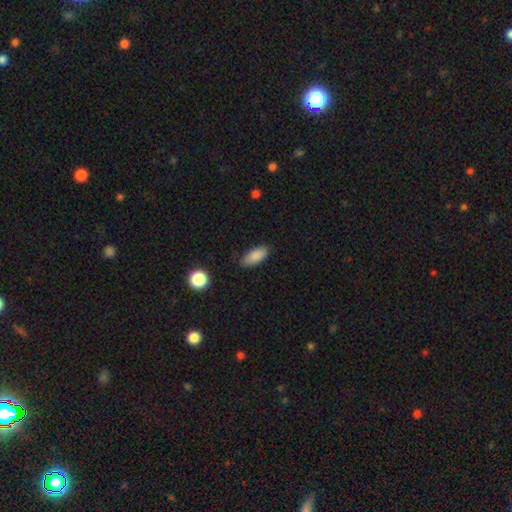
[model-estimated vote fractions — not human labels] smooth_or_featured: smooth (p=0.87) [alt: star or artifact p=0.07]
how_rounded: in between (p=0.87) [alt: cigar-shaped p=0.11]
merging: none (p=0.81) [alt: minor disturbance p=0.15]